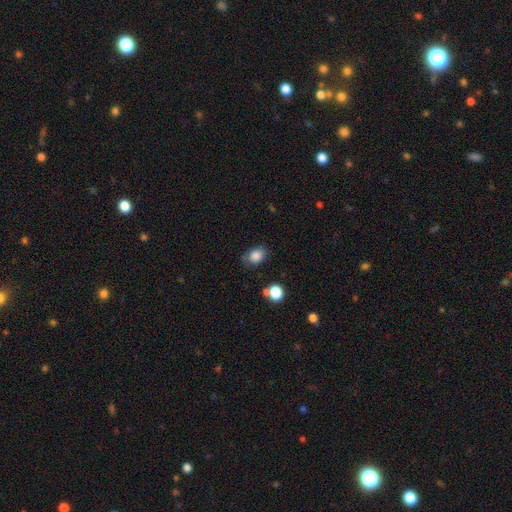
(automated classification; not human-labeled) This appears to be a smooth galaxy with no disk features (84%) that is in between round and cigar-shaped (69%). Merging: none (72%).